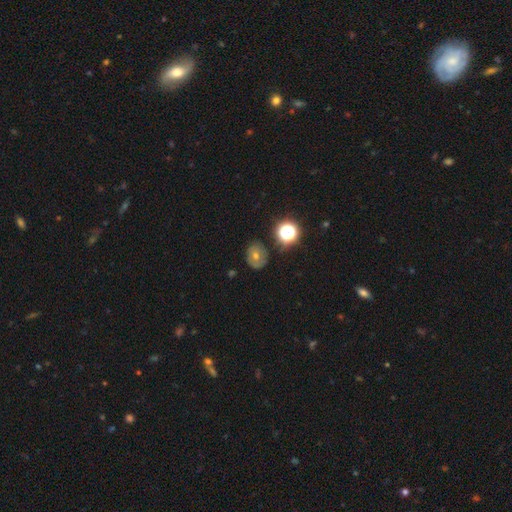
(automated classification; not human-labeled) The model was most divided on "smooth or featured": smooth: 48%, featured or disk: 31%, star or artifact: 22%. More confident: merging — none (78%).